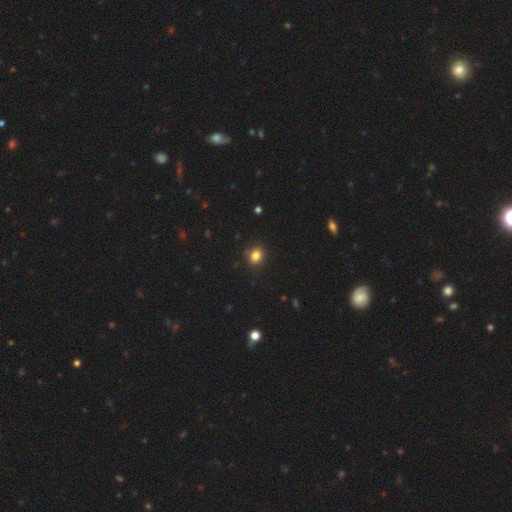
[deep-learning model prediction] Q: Smooth or featured?
A: smooth (83%); runner-up: star or artifact (12%)
Q: How rounded?
A: round (66%); runner-up: in between (33%)
Q: Merging?
A: none (86%); runner-up: minor disturbance (10%)